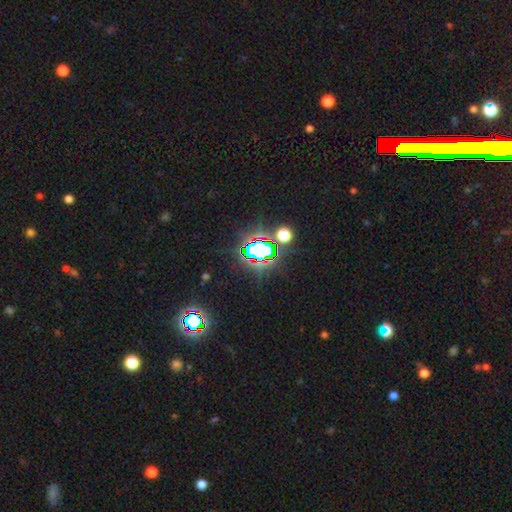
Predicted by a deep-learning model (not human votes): smooth-or-featured: star or artifact: 78% | smooth: 14% | featured or disk: 8%